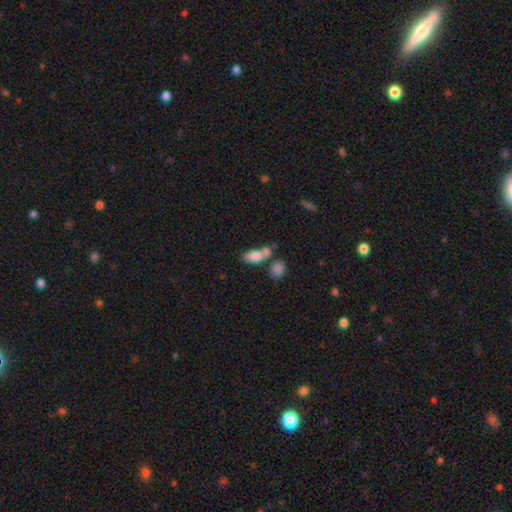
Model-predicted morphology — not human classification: Q: Smooth or featured?
A: smooth (81%); runner-up: featured or disk (11%)
Q: How rounded?
A: in between (84%); runner-up: cigar-shaped (10%)
Q: Merging?
A: merger (44%); runner-up: none (37%)